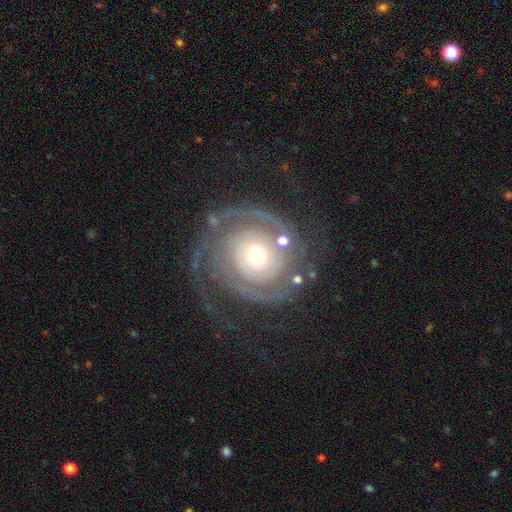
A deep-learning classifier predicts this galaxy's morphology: Smooth or featured: featured or disk — 90% (star or artifact — 5%)
Edge-on disk: no — 98% (yes — 2%)
Bar: no — 80% (weak — 14%)
Spiral arms: yes — 97% (no — 3%)
Spiral winding: tight — 75% (medium — 20%)
Spiral arm count: 2 — 65% (3 — 11%)
Bulge size: moderate — 49% (small — 42%)
Merging: none — 70% (minor disturbance — 14%)